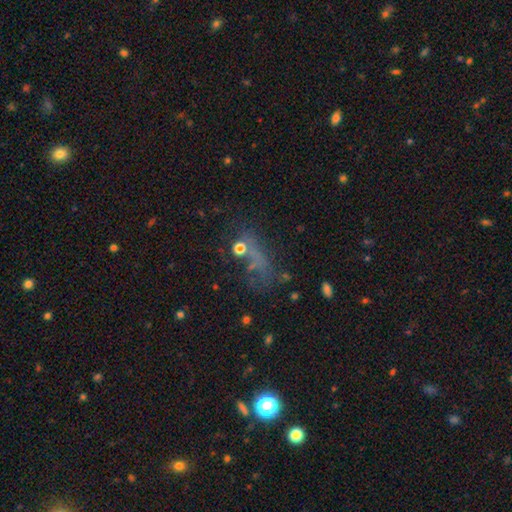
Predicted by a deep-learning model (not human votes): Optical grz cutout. It shows a star or artifact, not a galaxy (39%, tied with smooth).